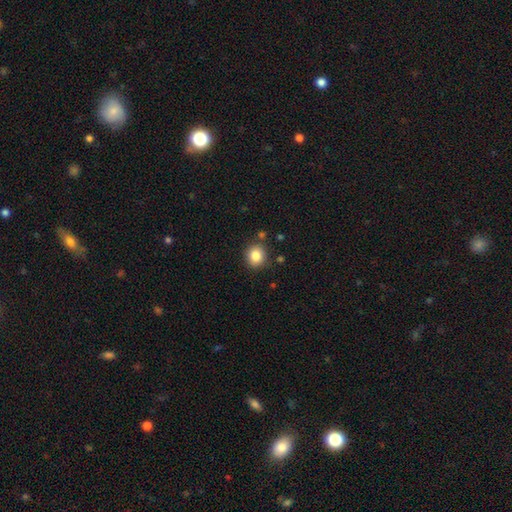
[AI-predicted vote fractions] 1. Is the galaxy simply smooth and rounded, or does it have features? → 84% smooth, 10% star or artifact, 6% featured or disk.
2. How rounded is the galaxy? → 82% round, 18% in between, 1% cigar-shaped.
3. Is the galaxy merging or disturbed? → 84% none, 9% minor disturbance, 4% merger, 3% major disturbance.